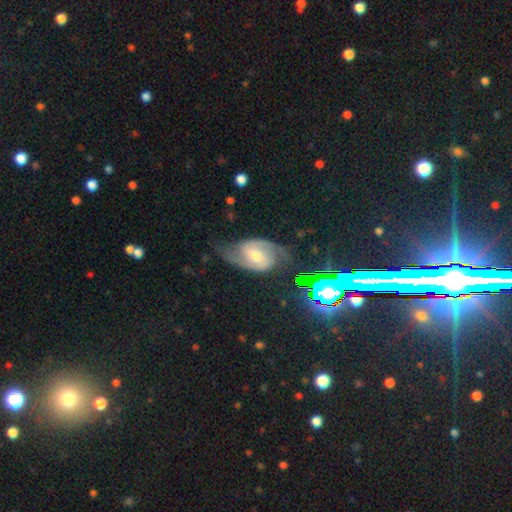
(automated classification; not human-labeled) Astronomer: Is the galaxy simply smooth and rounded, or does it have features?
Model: featured or disk — 82%.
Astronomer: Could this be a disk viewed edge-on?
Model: no — 97%.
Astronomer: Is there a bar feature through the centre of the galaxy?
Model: weak — 50% (runner-up: no, 33%).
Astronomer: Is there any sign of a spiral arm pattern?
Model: yes — 96%.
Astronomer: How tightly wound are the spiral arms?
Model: medium — 50% (runner-up: loose, 28%).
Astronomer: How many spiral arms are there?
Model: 2 — 92%.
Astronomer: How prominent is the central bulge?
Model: moderate — 63%.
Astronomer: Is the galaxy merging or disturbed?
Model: none — 67%.